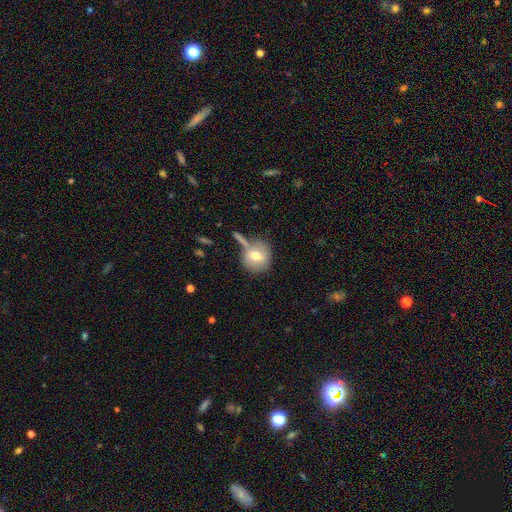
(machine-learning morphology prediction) Smooth or featured: smooth — 69% (featured or disk — 23%)
How rounded: round — 87% (in between — 11%)
Merging: none — 57% (merger — 17%)